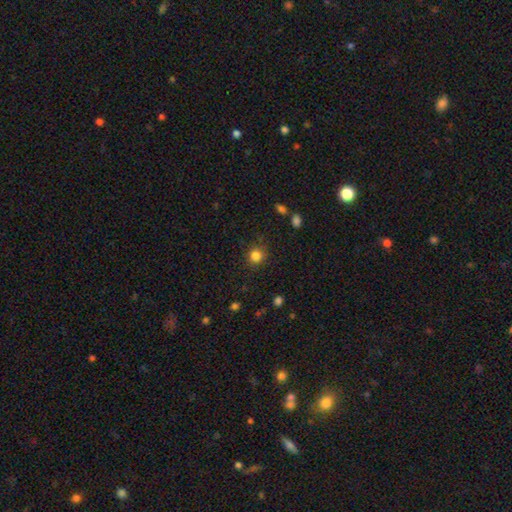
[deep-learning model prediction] The model was most divided on "smooth or featured": smooth: 84%, star or artifact: 12%, featured or disk: 4%. More confident: how rounded — round (90%); merging — none (86%).